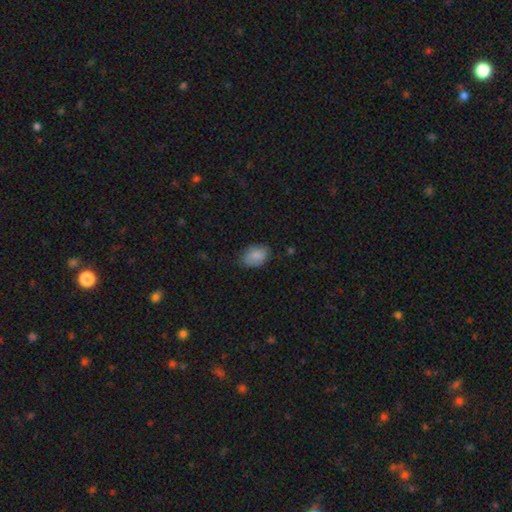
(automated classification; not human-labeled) This is clearly a smooth galaxy (83%). How rounded: clearly in between (82%). Merging: likely none (73%).